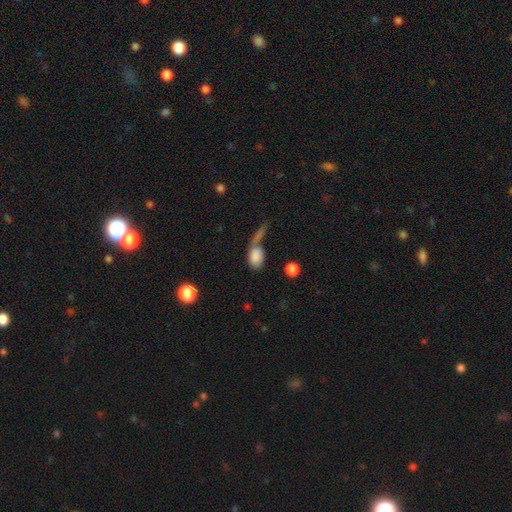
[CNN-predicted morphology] Smooth or featured?
  - smooth: 82% *
  - featured or disk: 9%
  - star or artifact: 8%
How rounded?
  - in between: 83% *
  - round: 15%
  - cigar-shaped: 3%
Merging?
  - merger: 39% *
  - none: 35%
  - minor disturbance: 13%
  - major disturbance: 13%